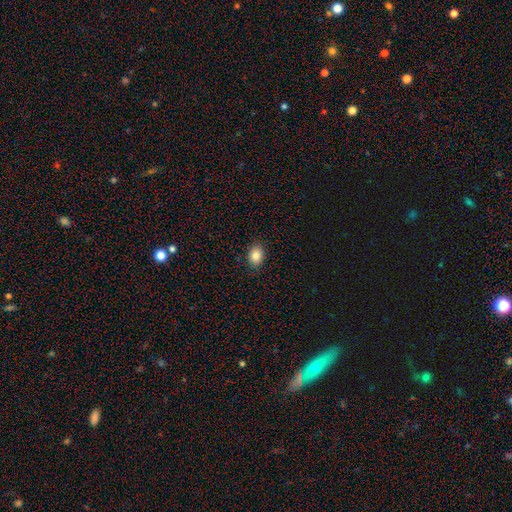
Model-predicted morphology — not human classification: Smooth or featured? smooth (85%)
How rounded? in between (74%)
Merging? none (88%)